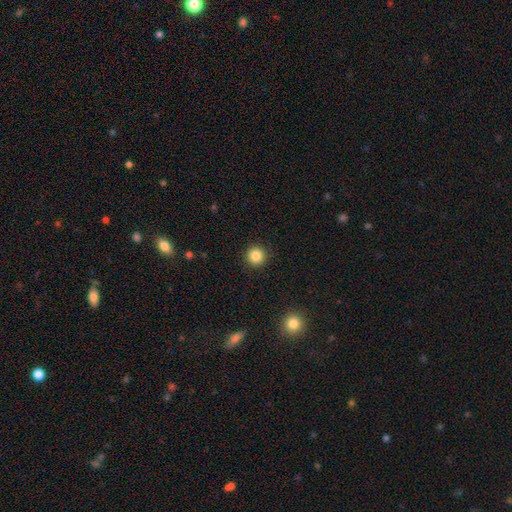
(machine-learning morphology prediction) Overall: smooth (85%). How rounded: round (95%). Merging: none (91%).